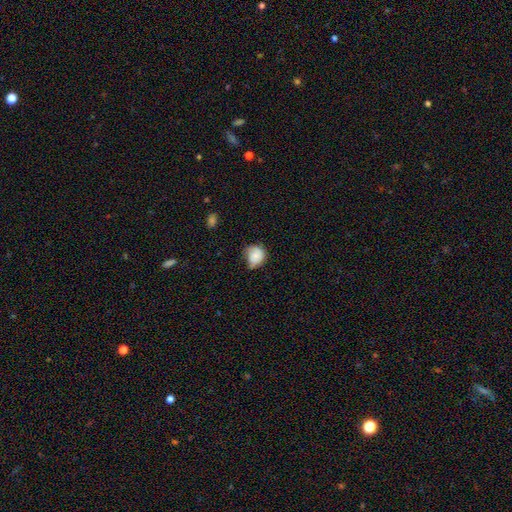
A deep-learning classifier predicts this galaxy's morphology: Overall: smooth (76%). How rounded: round (69%; in between 30%). Merging: minor disturbance (45%; none 38%).